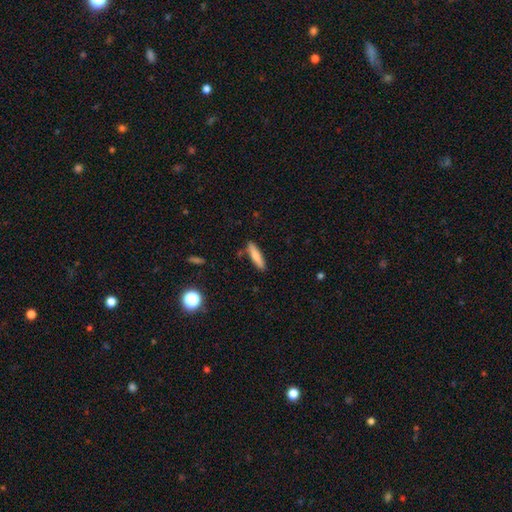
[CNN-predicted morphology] Smooth or featured?
  - smooth: 76% *
  - featured or disk: 18%
  - star or artifact: 7%
How rounded?
  - cigar-shaped: 82% *
  - in between: 16%
  - round: 2%
Merging?
  - none: 85% *
  - minor disturbance: 10%
  - merger: 3%
  - major disturbance: 2%